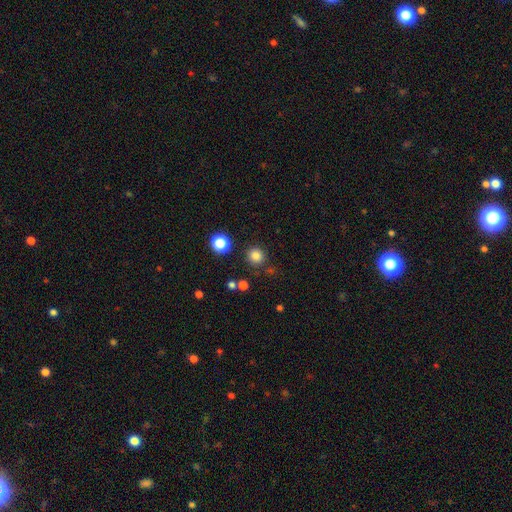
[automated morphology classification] type=smooth (82%); roundness=round (93%); merging=none (86%).